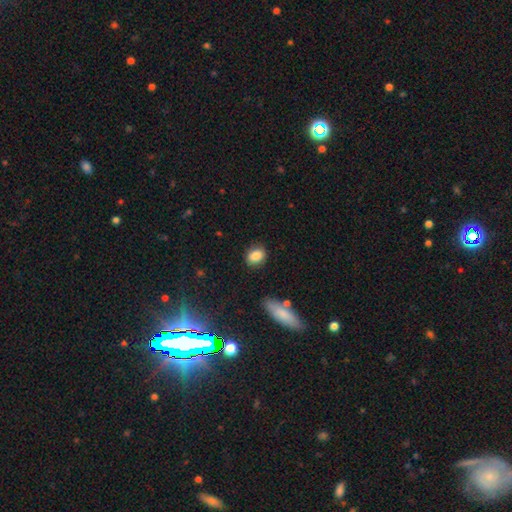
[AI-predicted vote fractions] The model was most divided on "how rounded": in between: 60%, round: 38%, cigar-shaped: 2%. More confident: smooth or featured — smooth (86%); merging — none (83%).